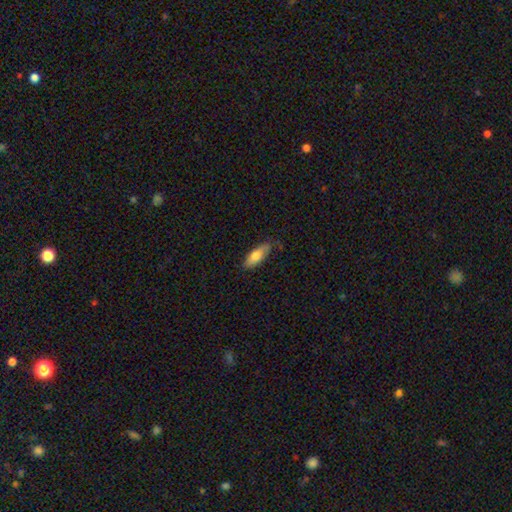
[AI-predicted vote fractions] smooth-or-featured: smooth: 75% | featured or disk: 19% | star or artifact: 6%
  how-rounded: in between: 71% | cigar-shaped: 27% | round: 2%
  merging: none: 71% | minor disturbance: 24% | major disturbance: 4% | merger: 2%